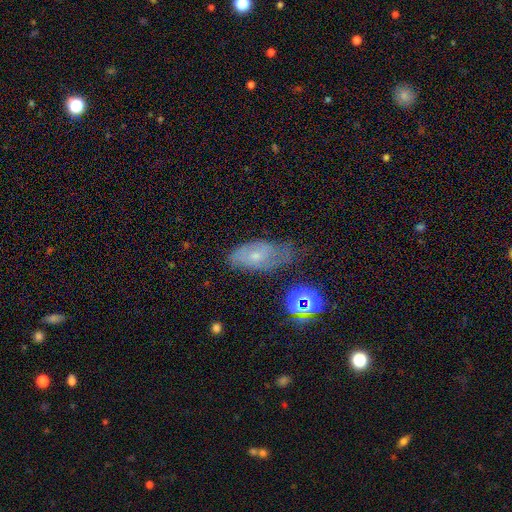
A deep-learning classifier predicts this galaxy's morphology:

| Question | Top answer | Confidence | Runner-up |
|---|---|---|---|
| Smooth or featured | featured or disk | 52% | smooth (31%) |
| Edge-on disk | no | 90% | yes (10%) |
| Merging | none | 48% | minor disturbance (35%) |